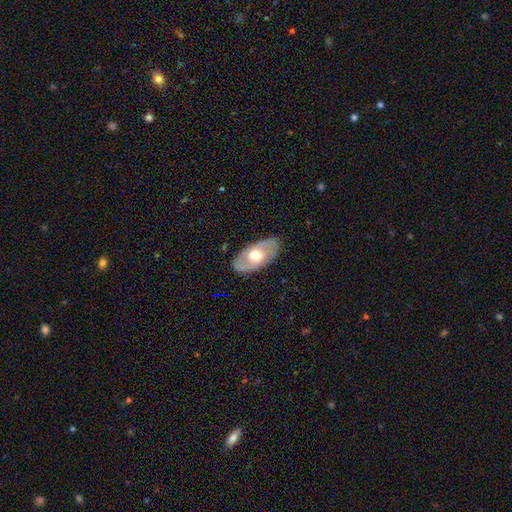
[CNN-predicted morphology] Q: Smooth or featured?
A: featured or disk (60%); runner-up: smooth (35%)
Q: Edge-on disk?
A: no (87%); runner-up: yes (13%)
Q: Bar?
A: no (68%); runner-up: weak (25%)
Q: Spiral arms?
A: yes (51%); runner-up: no (49%)
Q: Bulge size?
A: moderate (69%); runner-up: large (20%)
Q: Merging?
A: none (85%); runner-up: minor disturbance (11%)